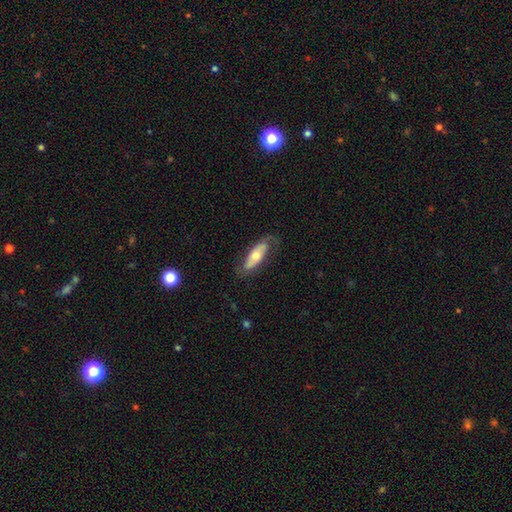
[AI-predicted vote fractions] Overall: featured or disk (51%; smooth 43%). Edge-on disk: no (72%). Merging: none (67%).